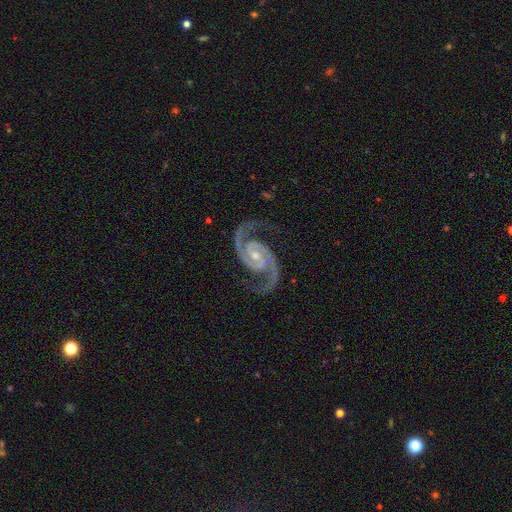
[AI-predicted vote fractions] smooth-or-featured: featured or disk: 95% | star or artifact: 3% | smooth: 2%
  disk-edge-on: no: 98% | yes: 2%
    bar: no: 51% | weak: 34% | strong: 14%
    has-spiral-arms: yes: 99% | no: 1%
      spiral-winding: medium: 62% | tight: 26% | loose: 12%
      spiral-arm-count: 2: 95% | 3: 1% | can't tell: 1% | 1: 1% | 4: 1% | more than 4: 1%
    bulge-size: small: 53% | moderate: 43% | none: 2% | large: 2% | dominant: 1%
  merging: none: 82% | minor disturbance: 12% | major disturbance: 4% | merger: 1%